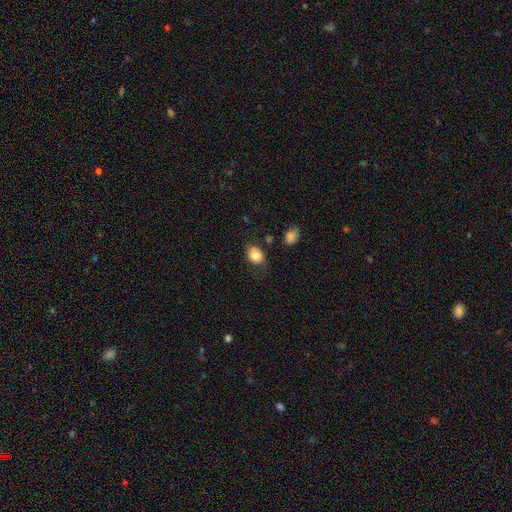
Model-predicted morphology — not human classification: smooth-or-featured: smooth: 84% | star or artifact: 9% | featured or disk: 7%
  how-rounded: in between: 53% | round: 46% | cigar-shaped: 1%
  merging: none: 71% | minor disturbance: 19% | major disturbance: 6% | merger: 4%